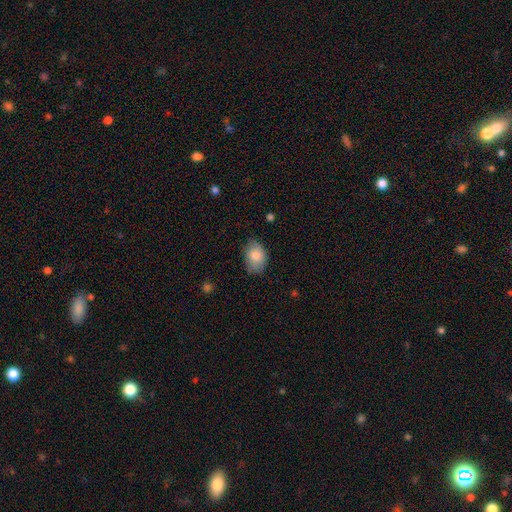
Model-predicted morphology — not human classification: Overall: smooth (84%). How rounded: in between (81%). Merging: none (71%).